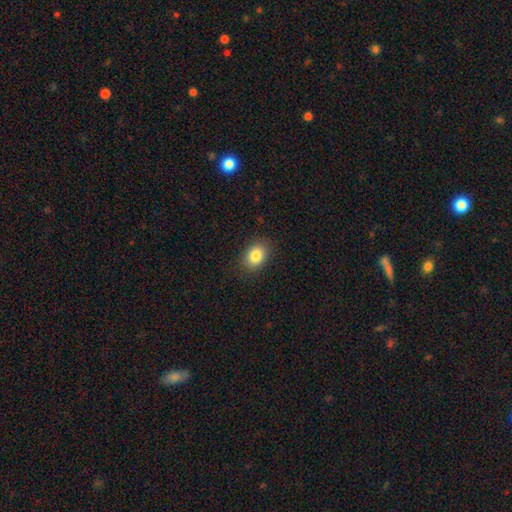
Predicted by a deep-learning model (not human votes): Q: Smooth or featured?
A: smooth (84%); runner-up: star or artifact (9%)
Q: How rounded?
A: in between (69%); runner-up: round (30%)
Q: Merging?
A: none (87%); runner-up: minor disturbance (9%)